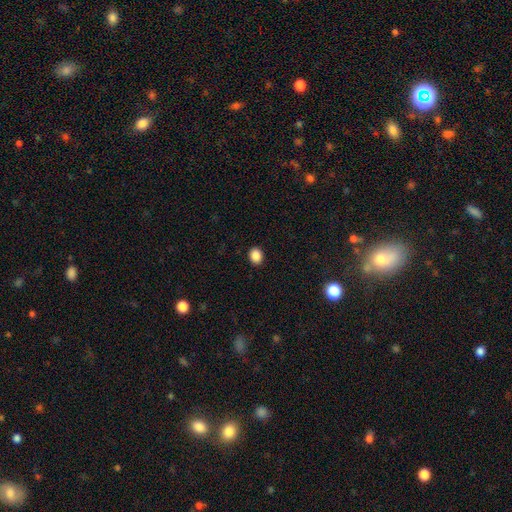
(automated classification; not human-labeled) Overall: smooth (87%). How rounded: round (52%; in between 47%). Merging: none (91%).